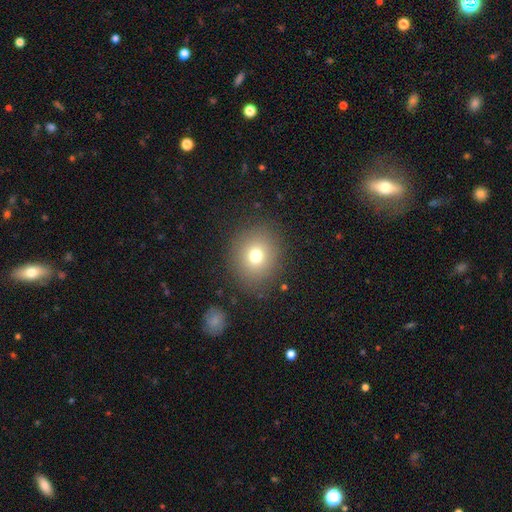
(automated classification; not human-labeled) smooth 73%, star or artifact 15%, featured or disk 12%. Down the decision tree: how rounded — round (77%); merging — none (86%).